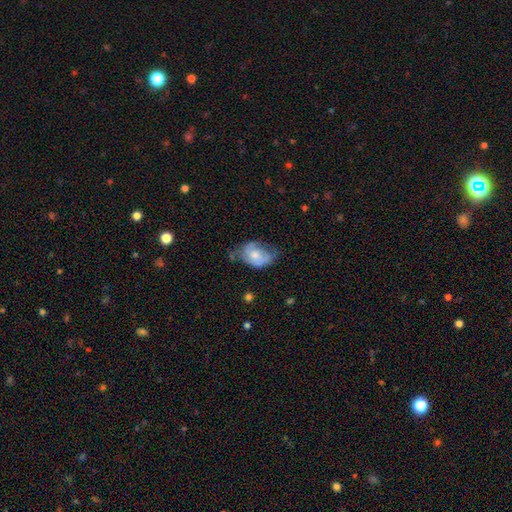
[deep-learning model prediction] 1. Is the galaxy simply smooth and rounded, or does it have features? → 54% smooth, 39% featured or disk, 7% star or artifact.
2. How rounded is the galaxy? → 81% in between, 18% round, 1% cigar-shaped.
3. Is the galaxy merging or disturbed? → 39% minor disturbance, 33% none, 24% major disturbance, 4% merger.